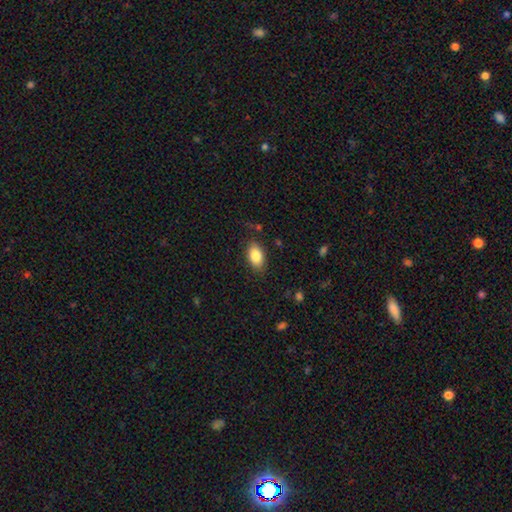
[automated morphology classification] smooth_or_featured: smooth (p=0.84) [alt: featured or disk p=0.08]
how_rounded: in between (p=0.91) [alt: round p=0.07]
merging: none (p=0.82) [alt: minor disturbance p=0.13]